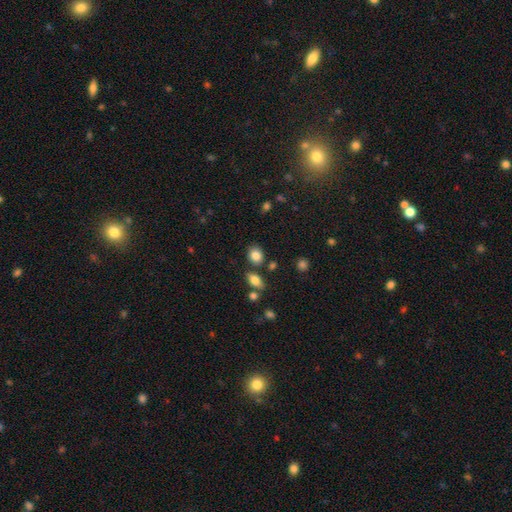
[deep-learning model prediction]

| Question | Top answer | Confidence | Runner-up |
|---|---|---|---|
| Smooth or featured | smooth | 84% | star or artifact (9%) |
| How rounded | round | 50% | in between (49%) |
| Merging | none | 76% | minor disturbance (11%) |